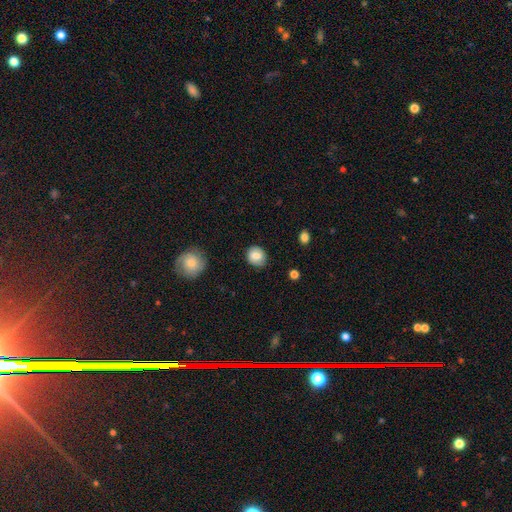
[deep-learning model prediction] smooth-or-featured: smooth: 76% | featured or disk: 16% | star or artifact: 8%
  how-rounded: round: 75% | in between: 24% | cigar-shaped: 1%
  merging: none: 82% | minor disturbance: 14% | major disturbance: 3% | merger: 1%